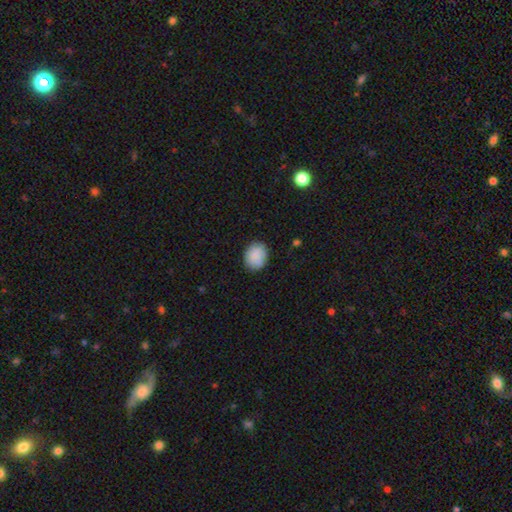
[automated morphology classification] The model was most divided on "how rounded": in between: 50%, round: 49%, cigar-shaped: 1%. More confident: smooth or featured — smooth (89%); merging — none (85%).